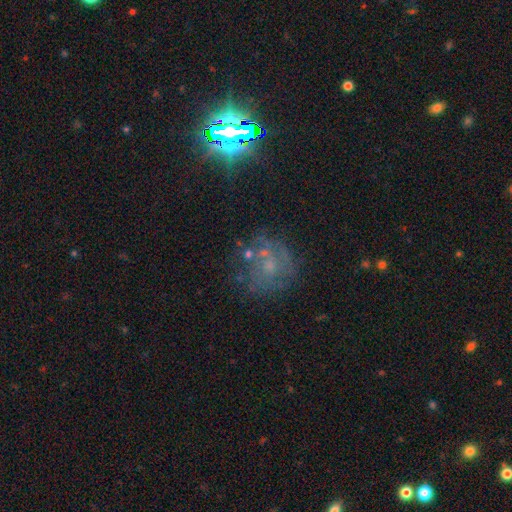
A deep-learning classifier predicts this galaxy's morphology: Smooth or featured? featured or disk (44%)
Merging? none (58%)